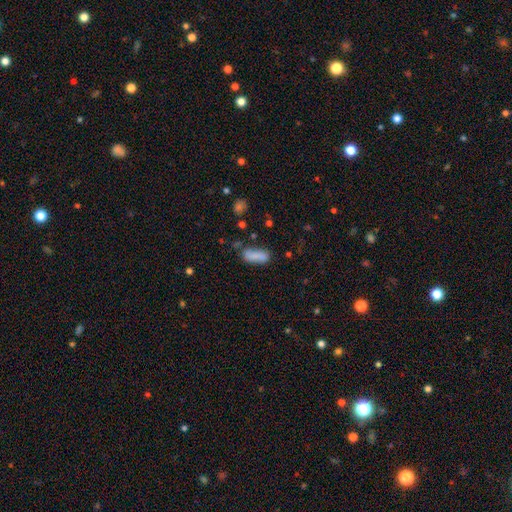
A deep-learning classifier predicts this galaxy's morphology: Smooth or featured? Predicted: smooth (p=0.80). How rounded? Predicted: in between (p=0.70). Merging? Predicted: none (p=0.60).